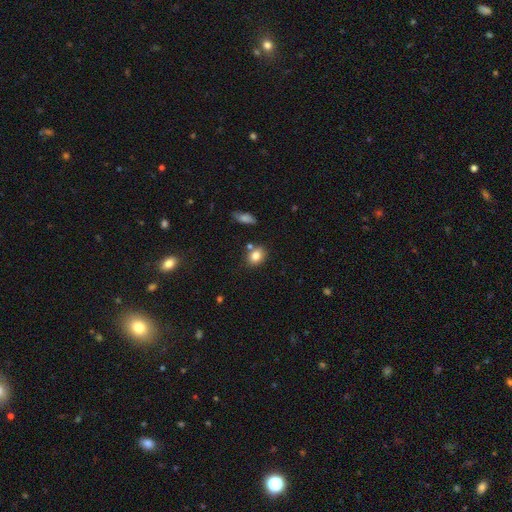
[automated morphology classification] Smooth or featured? Predicted: smooth (p=0.82). How rounded? Predicted: in between (p=0.58). Merging? Predicted: none (p=0.73).